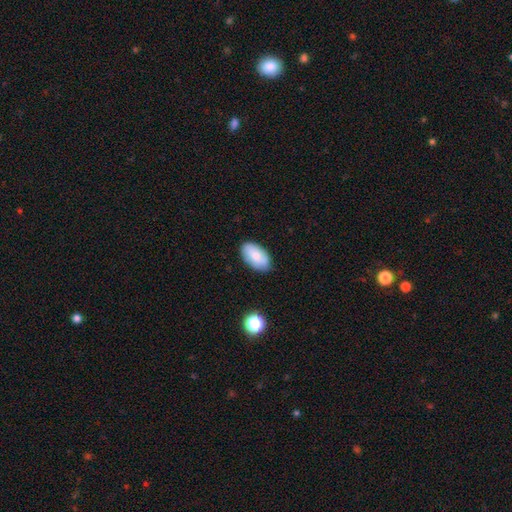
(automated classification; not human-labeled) Smooth or featured?
  - smooth: 79% *
  - featured or disk: 13%
  - star or artifact: 7%
How rounded?
  - in between: 94% *
  - round: 4%
  - cigar-shaped: 2%
Merging?
  - none: 81% *
  - minor disturbance: 14%
  - major disturbance: 3%
  - merger: 2%